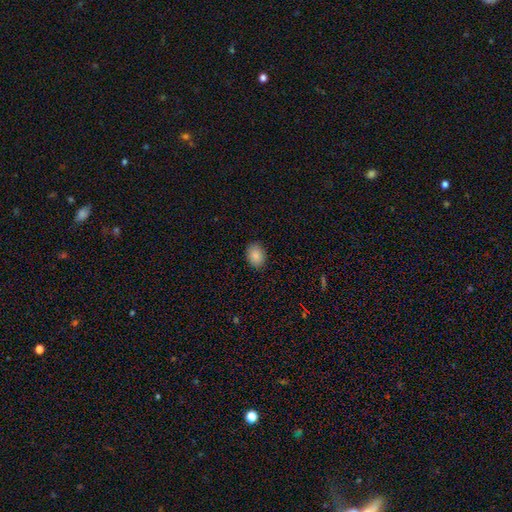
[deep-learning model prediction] smooth 85%, star or artifact 9%, featured or disk 6%. Down the decision tree: how rounded — in between (60%); merging — none (88%).